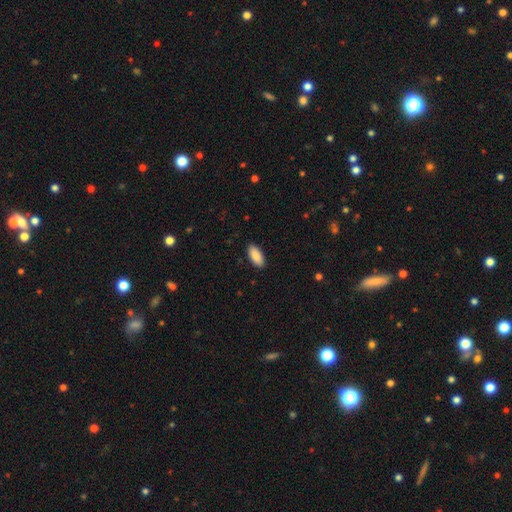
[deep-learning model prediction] Smooth or featured? Predicted: smooth (p=0.89). How rounded? Predicted: in between (p=0.87). Merging? Predicted: none (p=0.90).